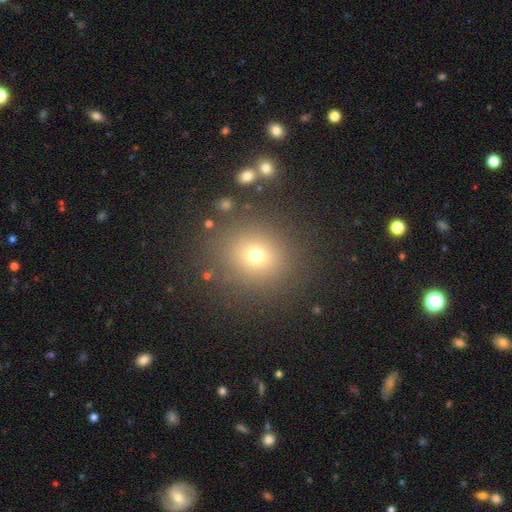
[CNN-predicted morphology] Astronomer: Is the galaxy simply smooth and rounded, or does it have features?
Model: smooth — 69%.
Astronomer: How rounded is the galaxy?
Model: round — 83%.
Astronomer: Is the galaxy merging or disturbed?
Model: none — 84%.